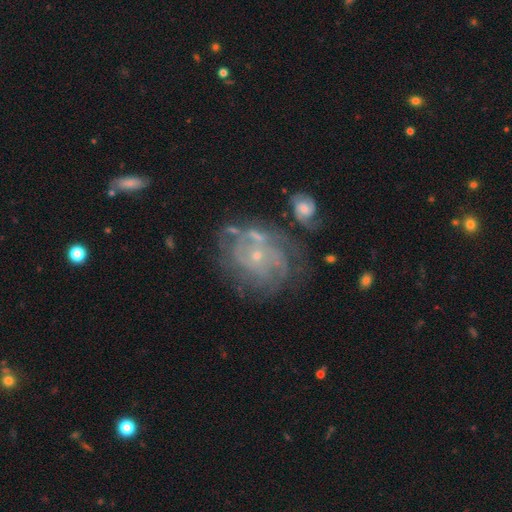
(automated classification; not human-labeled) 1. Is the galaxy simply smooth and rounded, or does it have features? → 81% featured or disk, 11% smooth, 8% star or artifact.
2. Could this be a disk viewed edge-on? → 97% no, 3% yes.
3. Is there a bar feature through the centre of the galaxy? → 78% no, 18% weak, 4% strong.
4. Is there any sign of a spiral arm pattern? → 87% yes, 13% no.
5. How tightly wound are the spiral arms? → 65% tight, 26% medium, 9% loose.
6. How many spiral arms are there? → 47% can't tell, 14% 3, 13% 2, 12% 4, 7% more than 4, 6% 1.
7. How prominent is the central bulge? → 79% small, 16% moderate, 3% none, 1% large, 1% dominant.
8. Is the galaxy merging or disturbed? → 58% none, 19% minor disturbance, 12% major disturbance, 12% merger.